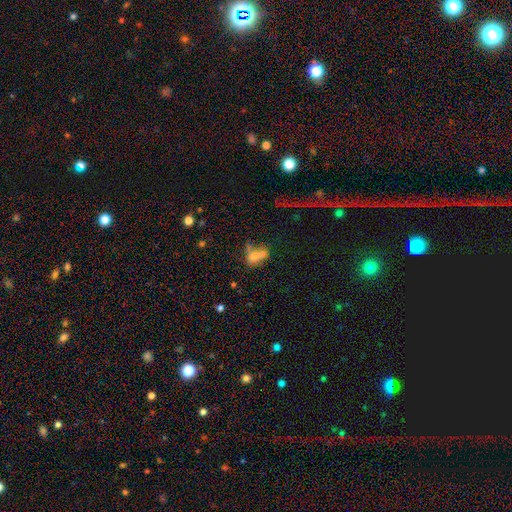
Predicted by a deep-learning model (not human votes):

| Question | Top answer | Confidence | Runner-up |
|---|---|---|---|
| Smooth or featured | smooth | 60% | featured or disk (25%) |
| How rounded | in between | 82% | round (11%) |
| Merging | merger | 37% | none (26%) |